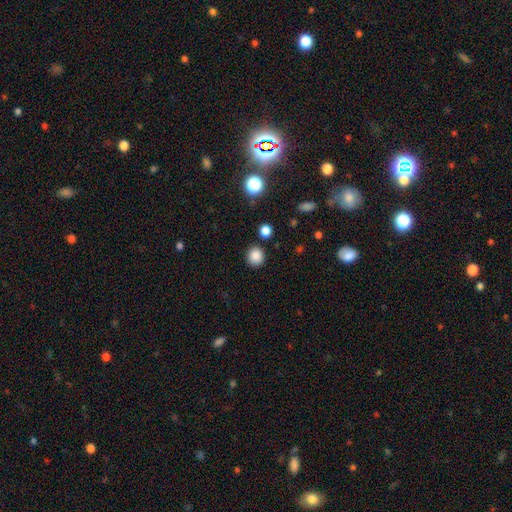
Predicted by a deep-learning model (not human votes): Smooth or featured? smooth (85%)
How rounded? round (88%)
Merging? none (87%)